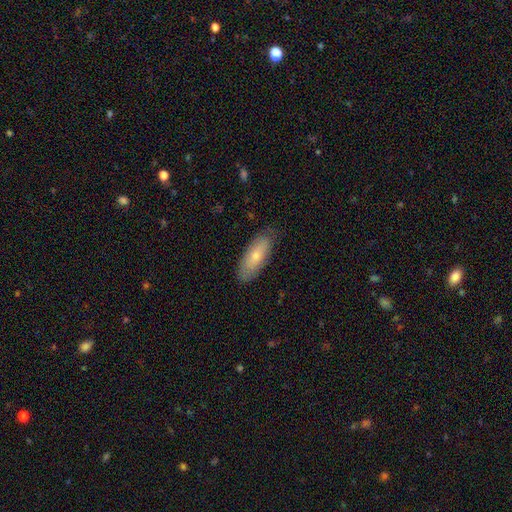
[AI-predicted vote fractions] smooth 71%, featured or disk 23%, star or artifact 6%. Down the decision tree: how rounded — in between (73%); merging — none (81%).